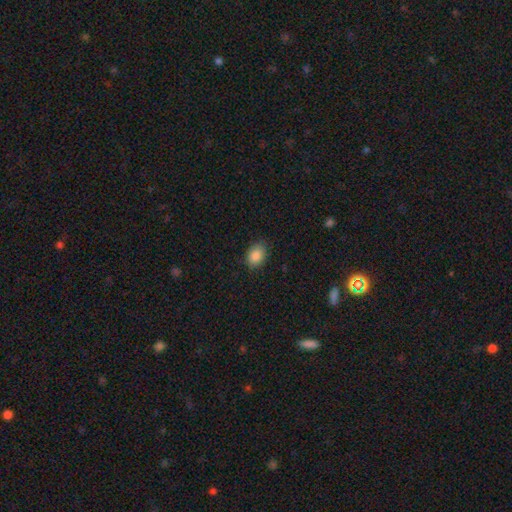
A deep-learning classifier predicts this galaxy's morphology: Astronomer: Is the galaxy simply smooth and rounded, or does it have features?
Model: smooth — 87%.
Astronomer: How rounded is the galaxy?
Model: in between — 79%.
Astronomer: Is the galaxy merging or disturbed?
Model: none — 84%.